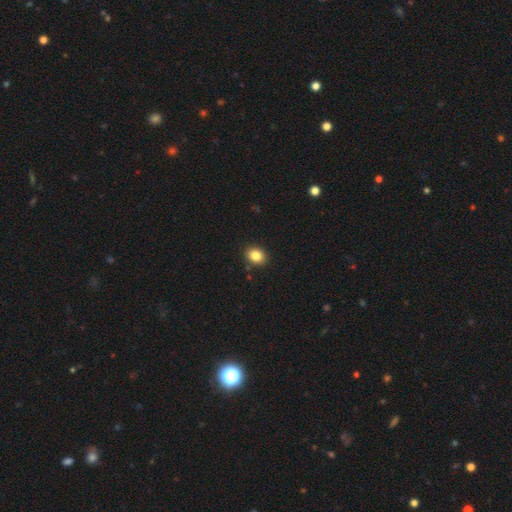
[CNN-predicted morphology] The model was most divided on "how rounded": in between: 51%, round: 48%, cigar-shaped: 1%. More confident: merging — none (89%); smooth or featured — smooth (85%).